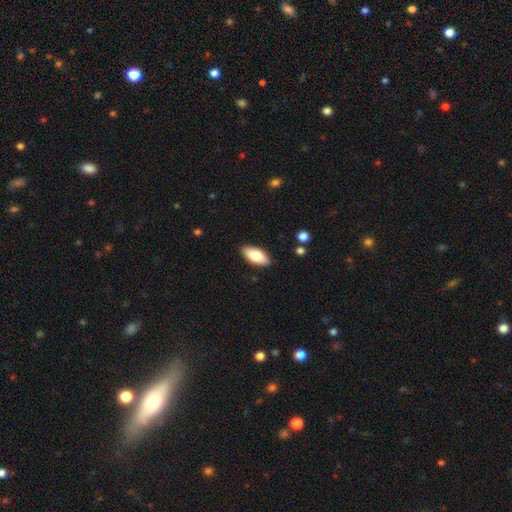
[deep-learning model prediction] This is clearly a smooth galaxy (82%). How rounded: clearly in between (87%). Merging: clearly none (89%).